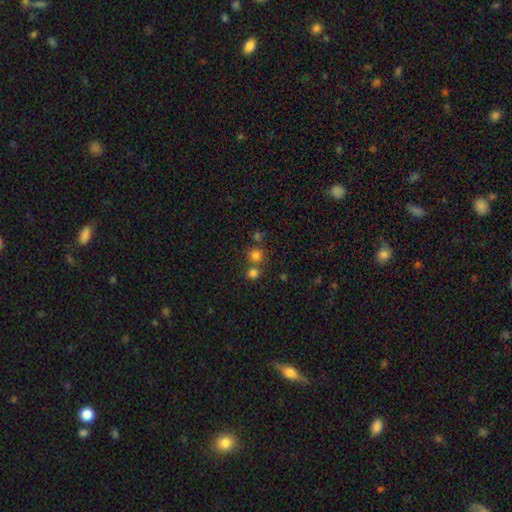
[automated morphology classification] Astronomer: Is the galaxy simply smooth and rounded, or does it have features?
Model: smooth — 77%.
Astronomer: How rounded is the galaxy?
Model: round — 90%.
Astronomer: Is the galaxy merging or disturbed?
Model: none — 64%.